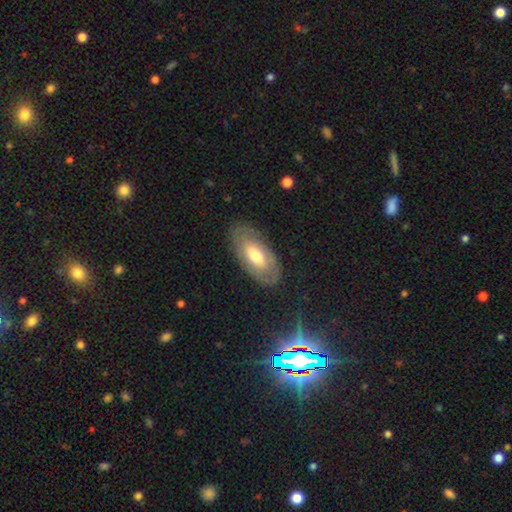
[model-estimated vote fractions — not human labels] Q: Smooth or featured?
A: smooth (52%); runner-up: featured or disk (42%)
Q: How rounded?
A: in between (91%); runner-up: cigar-shaped (5%)
Q: Merging?
A: none (82%); runner-up: minor disturbance (13%)